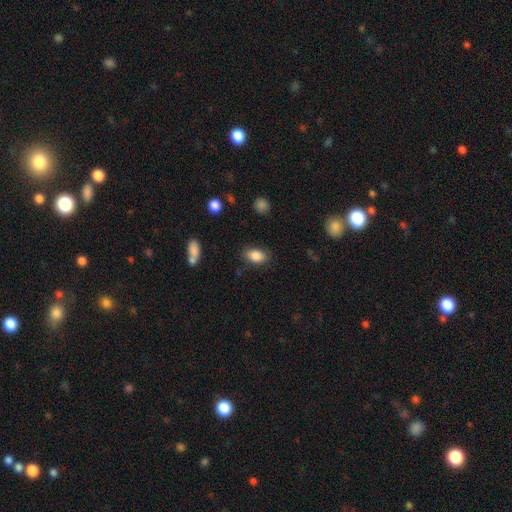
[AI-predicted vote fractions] Morphology: type=smooth (85%); roundness=in between (89%); merging=none (82%).